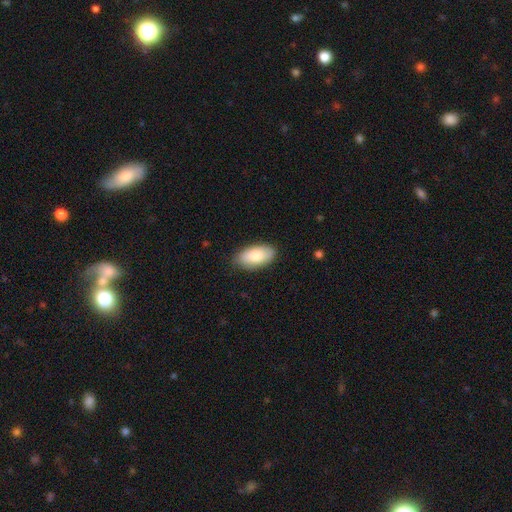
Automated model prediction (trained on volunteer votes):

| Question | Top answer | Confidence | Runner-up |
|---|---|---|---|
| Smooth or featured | smooth | 81% | featured or disk (14%) |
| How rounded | in between | 94% | cigar-shaped (3%) |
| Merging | none | 83% | minor disturbance (13%) |